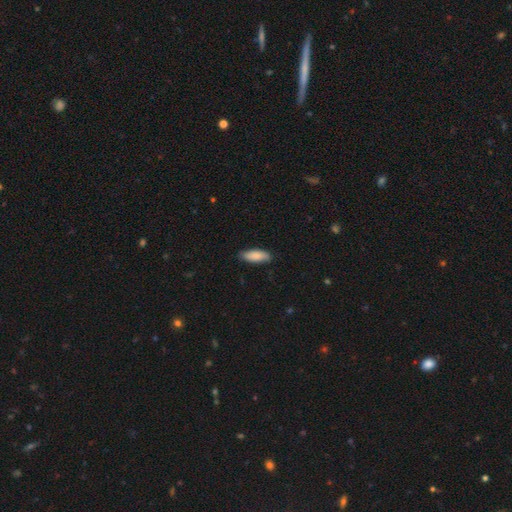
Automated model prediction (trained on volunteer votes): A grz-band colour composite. It shows a smooth galaxy with no disk features (87%) that is in between round and cigar-shaped (69%). Merging: none (85%).